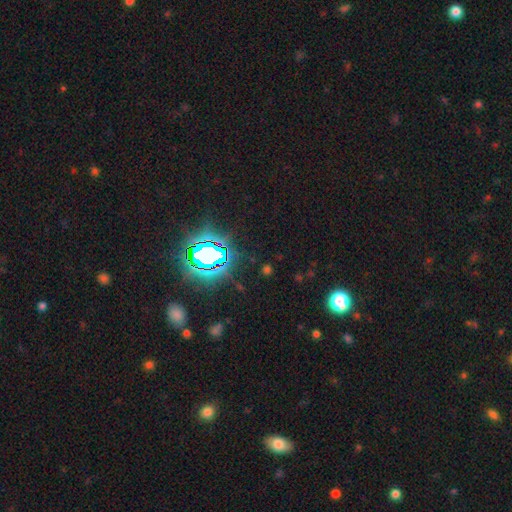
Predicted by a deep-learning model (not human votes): Smooth or featured: star or artifact — 82% (smooth — 12%)